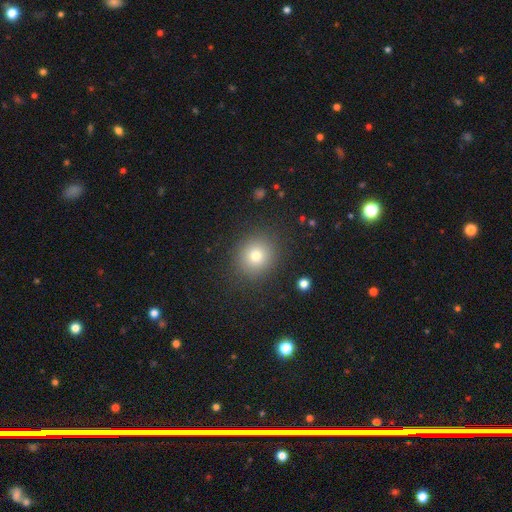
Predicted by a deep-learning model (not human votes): Smooth or featured?
  - smooth: 76% *
  - star or artifact: 14%
  - featured or disk: 10%
How rounded?
  - round: 85% *
  - in between: 14%
  - cigar-shaped: 1%
Merging?
  - none: 88% *
  - minor disturbance: 8%
  - major disturbance: 3%
  - merger: 1%